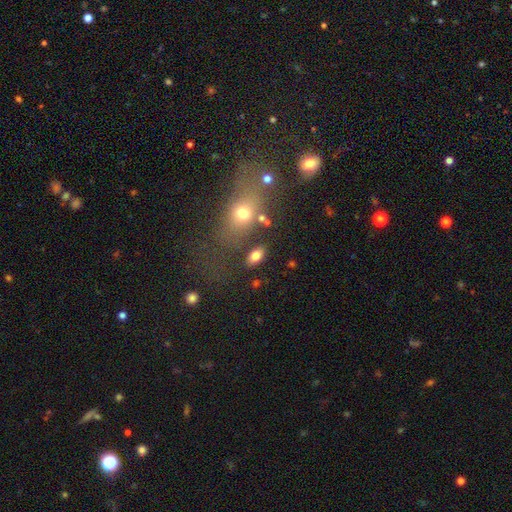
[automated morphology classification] The model was most divided on "merging": none: 78%, minor disturbance: 11%, merger: 6%, major disturbance: 5%. More confident: how rounded — in between (89%); smooth or featured — smooth (80%).